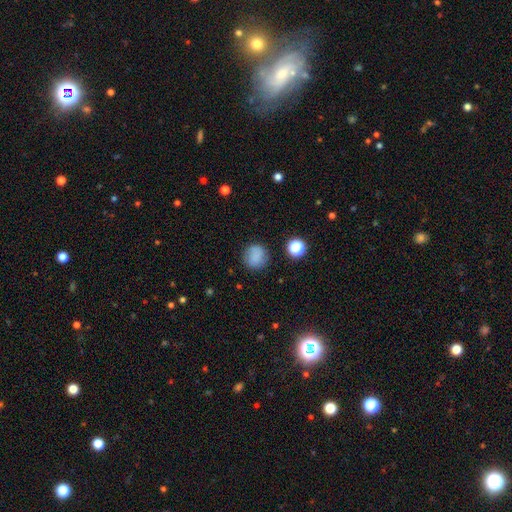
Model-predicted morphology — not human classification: type=smooth (81%); roundness=round (89%); merging=none (80%).